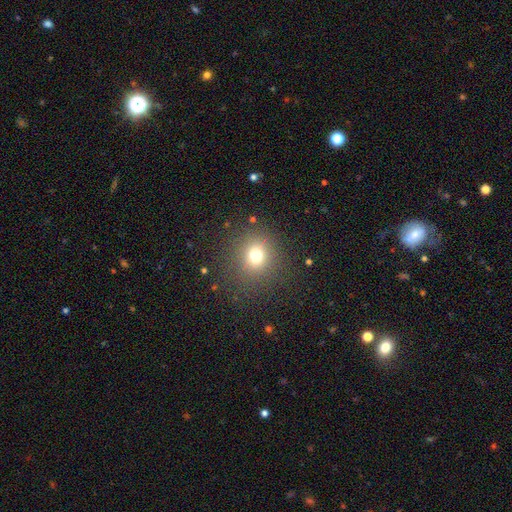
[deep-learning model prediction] A smooth galaxy with no disk features (73%) that is round (84%). Merging: none (85%).